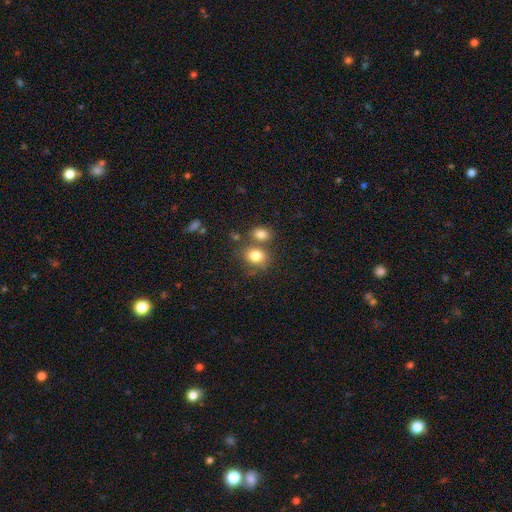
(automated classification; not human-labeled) Smooth or featured? Predicted: smooth (p=0.81). How rounded? Predicted: round (p=0.52). Merging? Predicted: none (p=0.54).